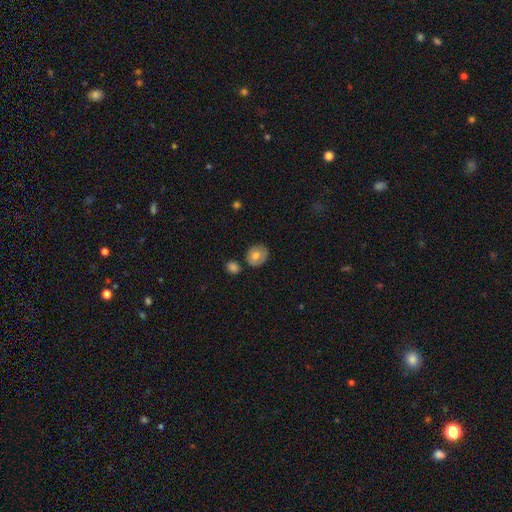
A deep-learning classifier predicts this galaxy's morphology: The model was most divided on "how rounded": round: 69%, in between: 30%, cigar-shaped: 1%. More confident: merging — none (76%); smooth or featured — smooth (72%).